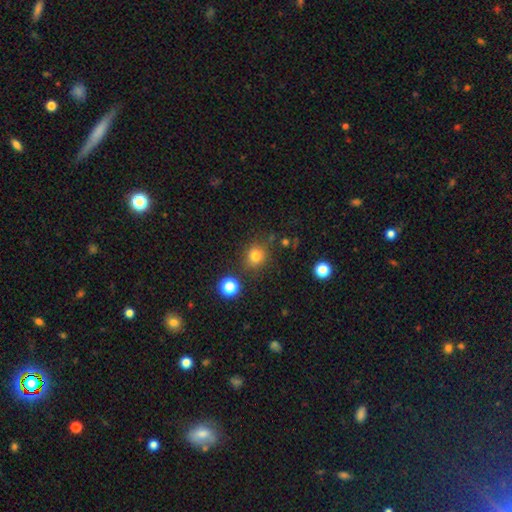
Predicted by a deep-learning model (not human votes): This appears to be a smooth galaxy with no disk features (78%) that is round (82%). Merging: none (82%).